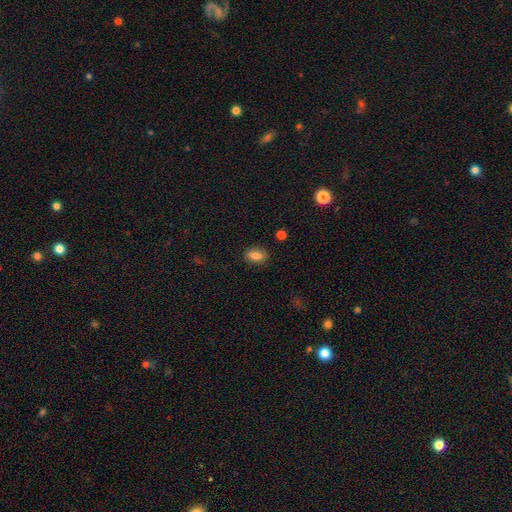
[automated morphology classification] smooth_or_featured: smooth (p=0.80) [alt: featured or disk p=0.10]
how_rounded: in between (p=0.83) [alt: round p=0.09]
merging: none (p=0.85) [alt: minor disturbance p=0.11]